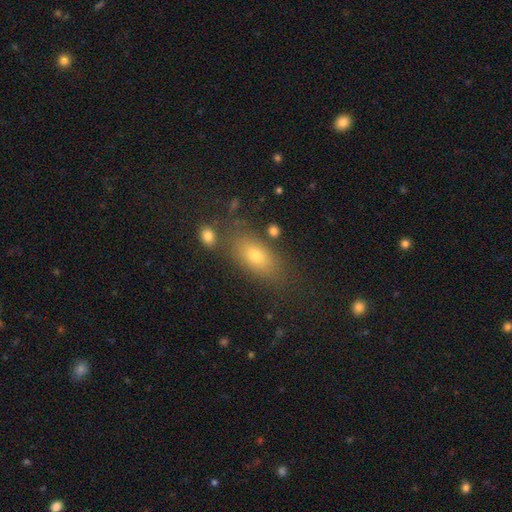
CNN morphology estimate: This is likely a smooth galaxy (72%). How rounded: clearly in between (82%). Merging: likely none (75%).